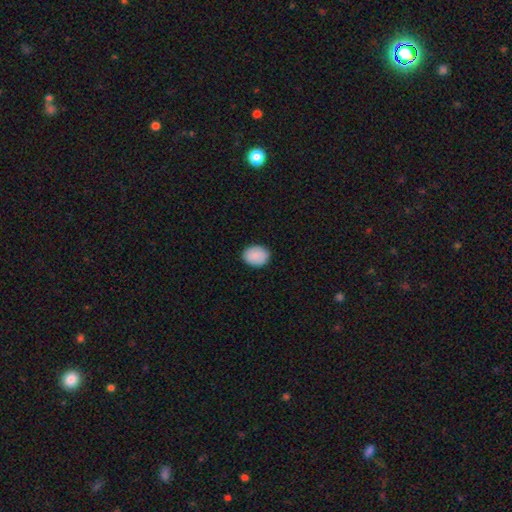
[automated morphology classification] Q: Smooth or featured?
A: smooth (90%); runner-up: star or artifact (7%)
Q: How rounded?
A: round (50%); runner-up: in between (49%)
Q: Merging?
A: none (89%); runner-up: minor disturbance (8%)